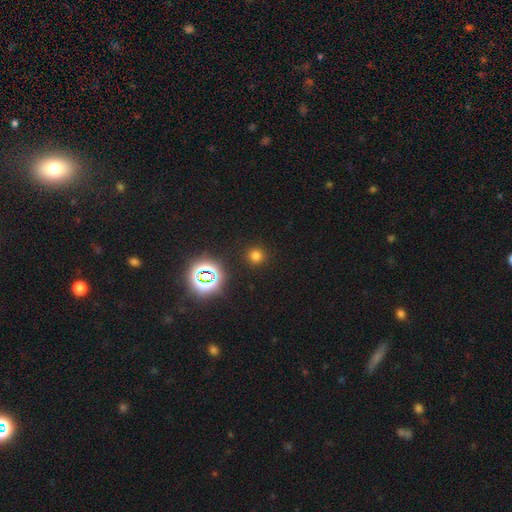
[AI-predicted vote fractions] This appears to be a smooth galaxy with no disk features (71%) that is round (93%). Merging: none (90%).